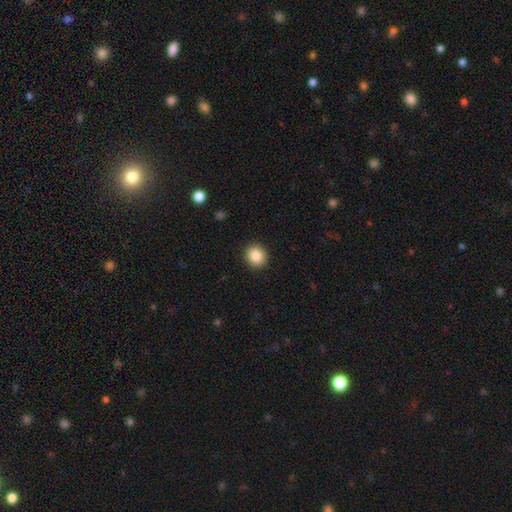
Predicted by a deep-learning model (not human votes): This appears to be a smooth galaxy with no disk features (86%) that is round (87%). Merging: none (92%).